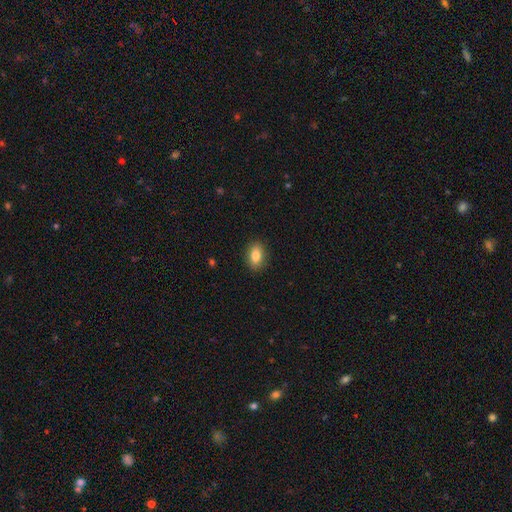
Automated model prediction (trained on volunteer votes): Smooth or featured? Predicted: smooth (p=0.81). How rounded? Predicted: in between (p=0.83). Merging? Predicted: none (p=0.88).